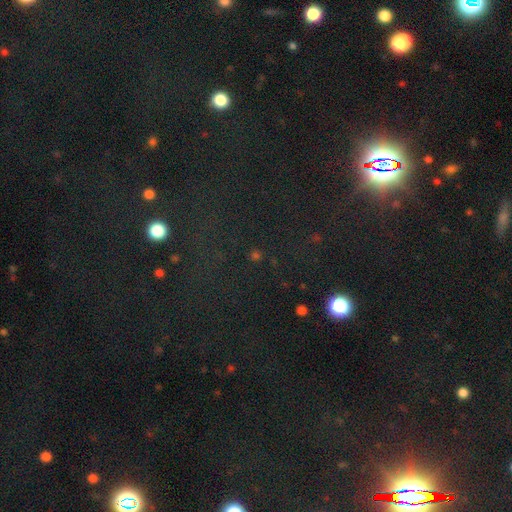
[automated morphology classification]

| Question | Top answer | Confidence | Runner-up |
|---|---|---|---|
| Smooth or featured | star or artifact | 64% | smooth (27%) |